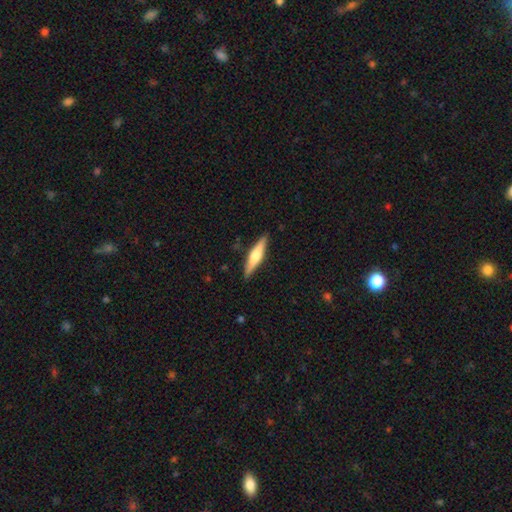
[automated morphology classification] A featured or disk galaxy (55%) viewed edge-on (96%) with a rounded central bulge (84%).

Vote fractions:
- Smooth or featured? featured or disk: 55% / smooth: 39% / star or artifact: 5%
- Edge-on disk? yes: 96% / no: 4%
- Edge-on bulge? rounded: 84% / boxy: 11% / none: 5%
- Merging? none: 90% / minor disturbance: 8% / major disturbance: 2% / merger: 1%